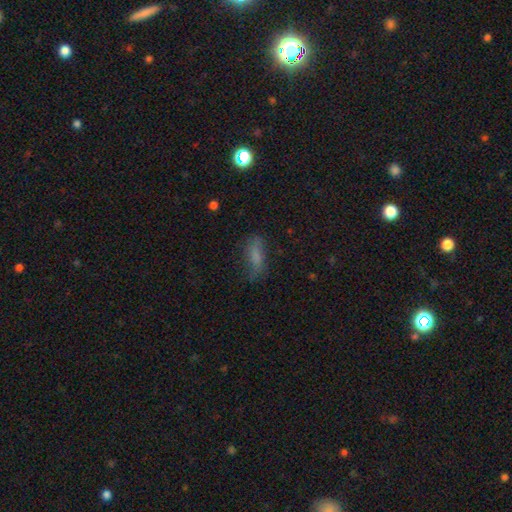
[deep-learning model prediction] Overall: smooth (68%). How rounded: in between (63%; cigar-shaped 33%). Merging: none (59%; minor disturbance 26%).